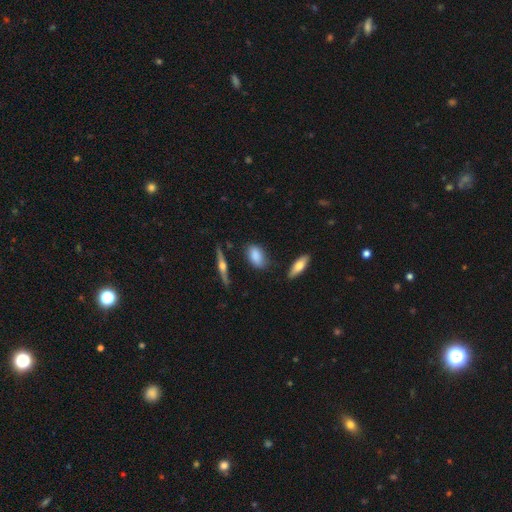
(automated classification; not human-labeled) This appears to be a smooth galaxy with no disk features (80%) that is in between round and cigar-shaped (86%). Merging: none (74%).